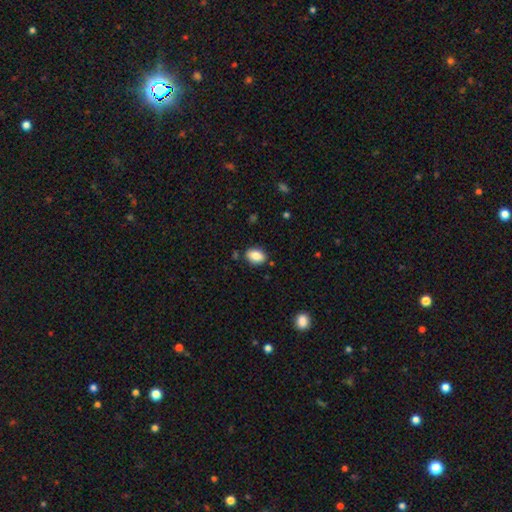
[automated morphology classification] smooth 85%, star or artifact 8%, featured or disk 7%. Down the decision tree: how rounded — in between (81%); merging — none (85%).